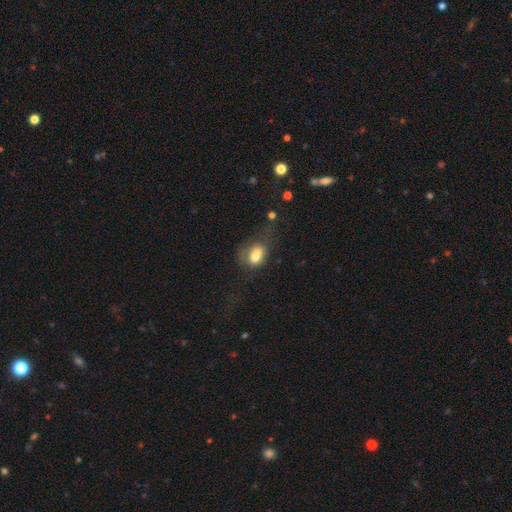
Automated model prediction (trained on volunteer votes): smooth 76%, featured or disk 14%, star or artifact 9%. Down the decision tree: how rounded — in between (81%); merging — none (38%).